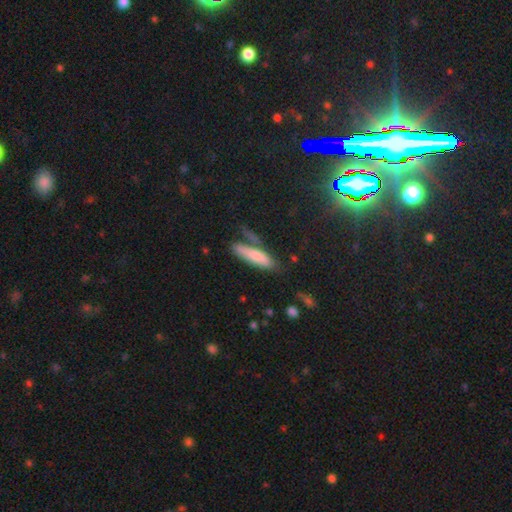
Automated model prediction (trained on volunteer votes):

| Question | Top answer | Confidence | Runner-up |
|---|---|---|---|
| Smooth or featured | smooth | 76% | featured or disk (17%) |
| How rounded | cigar-shaped | 66% | in between (32%) |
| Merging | none | 58% | minor disturbance (21%) |